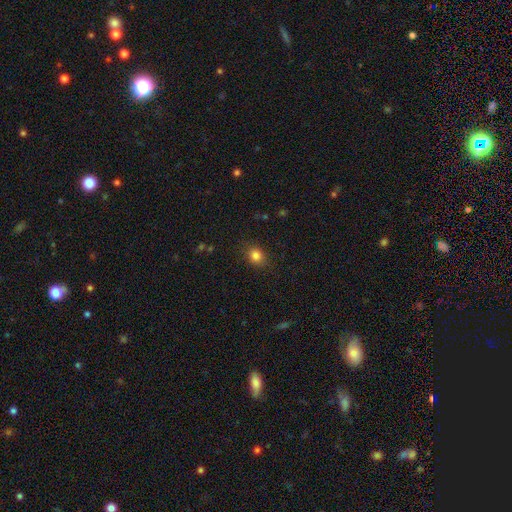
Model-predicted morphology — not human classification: A smooth galaxy with no disk features (82%) that is round (63%). Merging: none (85%).